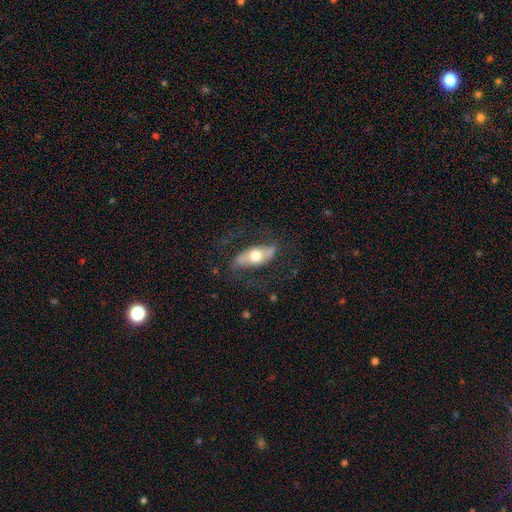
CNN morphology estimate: This is possibly a featured or disk galaxy (50%). It is likely not viewed edge-on (72%). Merging: likely none (69%).